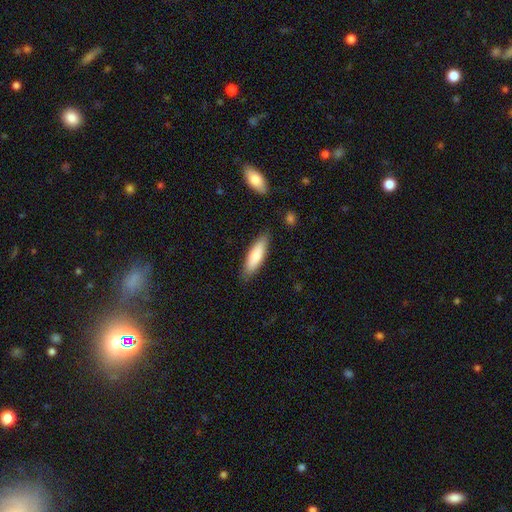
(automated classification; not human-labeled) Q: Smooth or featured?
A: smooth (78%); runner-up: featured or disk (17%)
Q: How rounded?
A: cigar-shaped (56%); runner-up: in between (42%)
Q: Merging?
A: none (85%); runner-up: minor disturbance (11%)